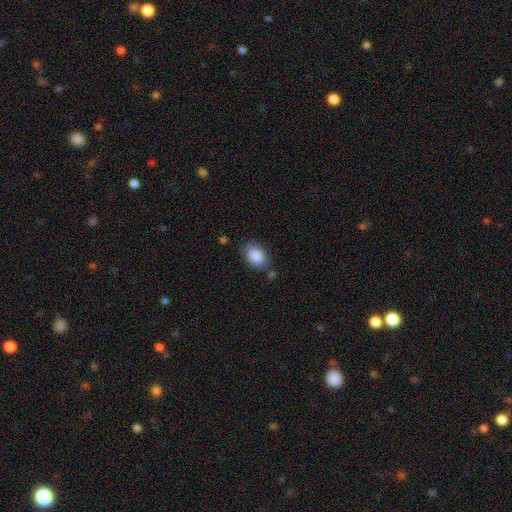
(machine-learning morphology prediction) Smooth or featured?
  - smooth: 88% *
  - star or artifact: 7%
  - featured or disk: 5%
How rounded?
  - in between: 81% *
  - round: 18%
  - cigar-shaped: 1%
Merging?
  - none: 72% *
  - minor disturbance: 18%
  - merger: 5%
  - major disturbance: 5%